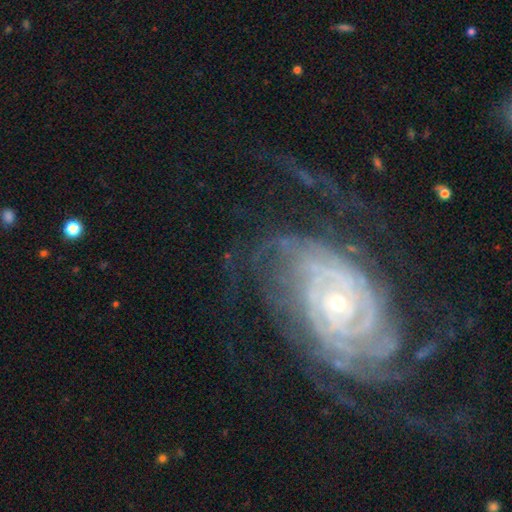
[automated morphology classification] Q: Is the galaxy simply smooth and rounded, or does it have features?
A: featured or disk — 89%.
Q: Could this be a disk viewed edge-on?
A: no — 96%.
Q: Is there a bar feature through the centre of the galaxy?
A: no — 70%.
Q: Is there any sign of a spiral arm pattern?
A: yes — 98%.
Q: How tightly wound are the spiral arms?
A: tight — 78%.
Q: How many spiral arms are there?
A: can't tell — 24%.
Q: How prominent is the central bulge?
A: small — 72%.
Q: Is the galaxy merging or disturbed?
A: none — 63%.